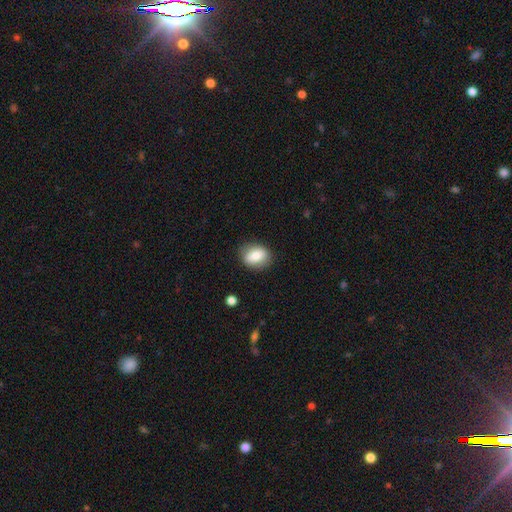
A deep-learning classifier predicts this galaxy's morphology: Smooth or featured: smooth — 79% (featured or disk — 14%)
How rounded: in between — 64% (round — 35%)
Merging: none — 83% (minor disturbance — 13%)